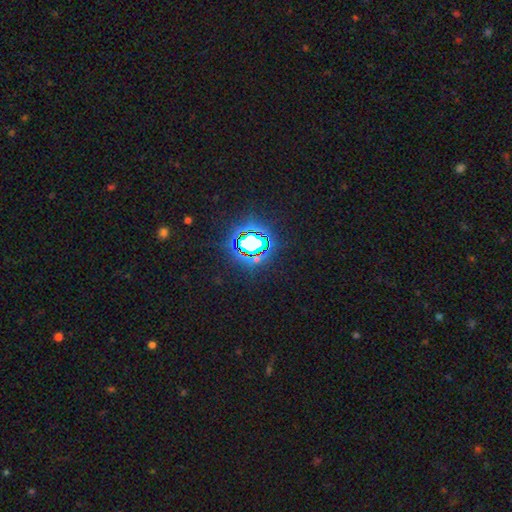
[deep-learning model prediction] A star or artifact, not a galaxy (74%).

Vote fractions:
- Smooth or featured? star or artifact: 74% / smooth: 16% / featured or disk: 9%